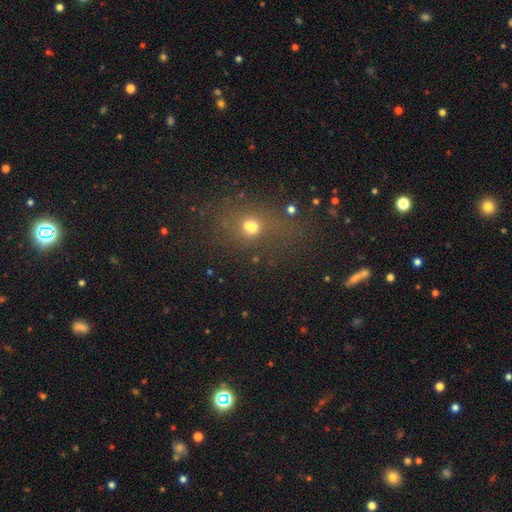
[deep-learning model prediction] Smooth or featured? Predicted: smooth (p=0.48). Merging? Predicted: none (p=0.81).